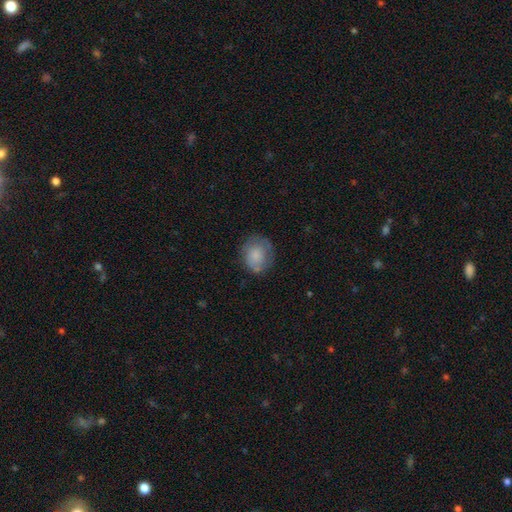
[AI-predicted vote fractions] Overall: smooth (74%). How rounded: round (71%). Merging: none (65%).